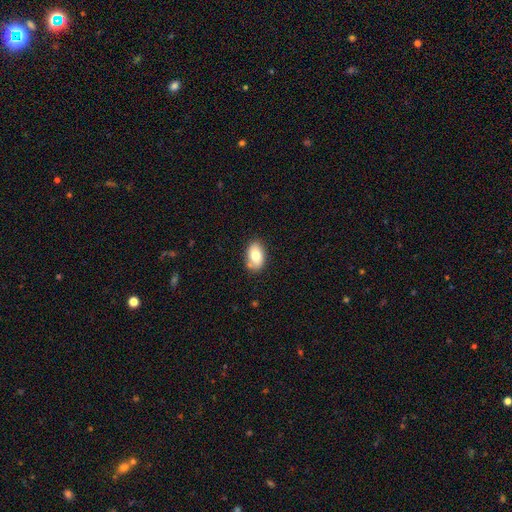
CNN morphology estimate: Smooth or featured?
  - smooth: 76% *
  - featured or disk: 16%
  - star or artifact: 8%
How rounded?
  - in between: 89% *
  - round: 10%
  - cigar-shaped: 1%
Merging?
  - none: 78% *
  - minor disturbance: 16%
  - merger: 4%
  - major disturbance: 3%